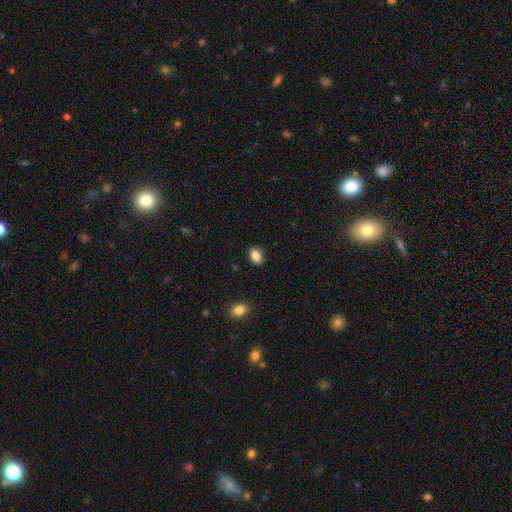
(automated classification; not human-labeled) smooth-or-featured: smooth: 86% | star or artifact: 9% | featured or disk: 4%
  how-rounded: in between: 75% | round: 23% | cigar-shaped: 1%
  merging: none: 87% | minor disturbance: 10% | major disturbance: 2% | merger: 1%